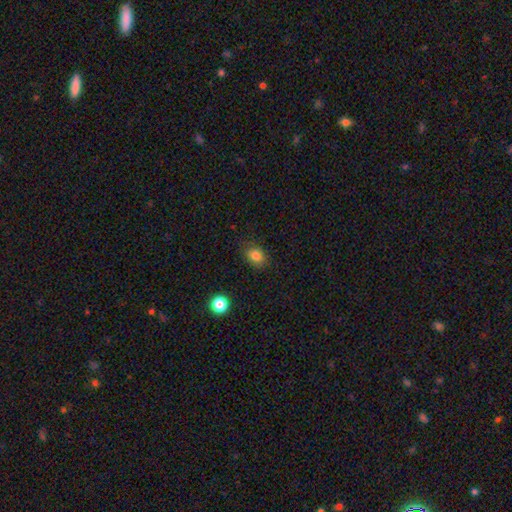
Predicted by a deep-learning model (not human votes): smooth-or-featured: smooth: 83% | star or artifact: 11% | featured or disk: 6%
  how-rounded: in between: 59% | round: 40% | cigar-shaped: 1%
  merging: none: 82% | minor disturbance: 13% | major disturbance: 3% | merger: 1%